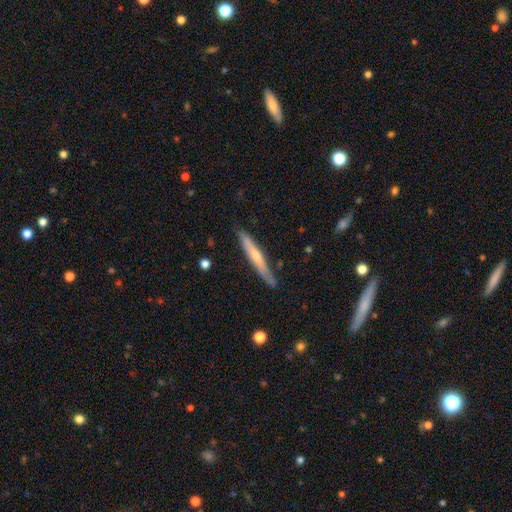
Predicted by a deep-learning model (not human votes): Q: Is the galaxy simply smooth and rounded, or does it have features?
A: featured or disk — 50%.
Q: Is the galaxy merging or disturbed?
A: none — 85%.